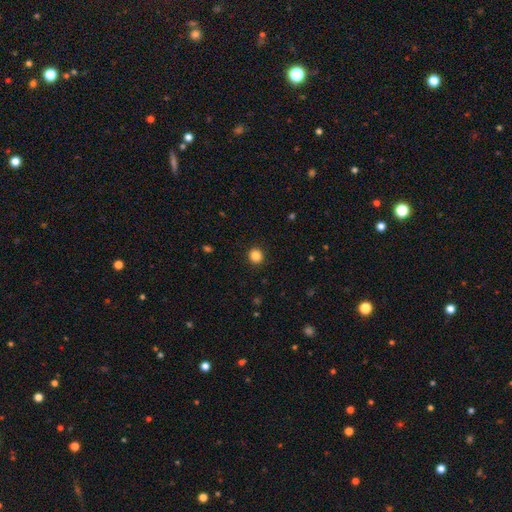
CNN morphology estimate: Smooth or featured?
  - smooth: 85% *
  - star or artifact: 11%
  - featured or disk: 4%
How rounded?
  - round: 91% *
  - in between: 9%
  - cigar-shaped: 1%
Merging?
  - none: 92% *
  - minor disturbance: 5%
  - major disturbance: 2%
  - merger: 1%